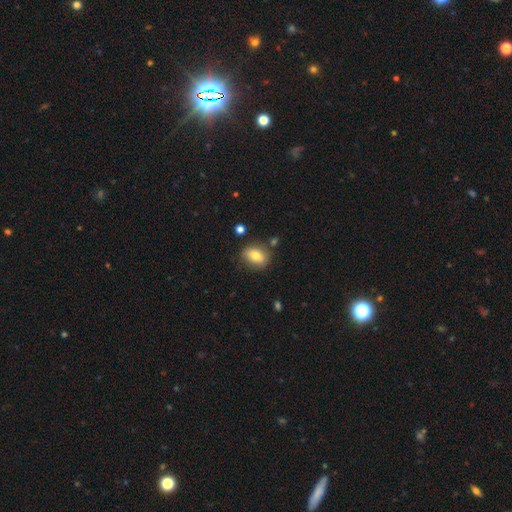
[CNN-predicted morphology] A smooth galaxy with no disk features (76%) that is in between round and cigar-shaped (72%).

Vote fractions:
- Smooth or featured? smooth: 76% / featured or disk: 15% / star or artifact: 9%
- How rounded? in between: 72% / round: 26% / cigar-shaped: 2%
- Merging? none: 77% / minor disturbance: 15% / merger: 4% / major disturbance: 4%